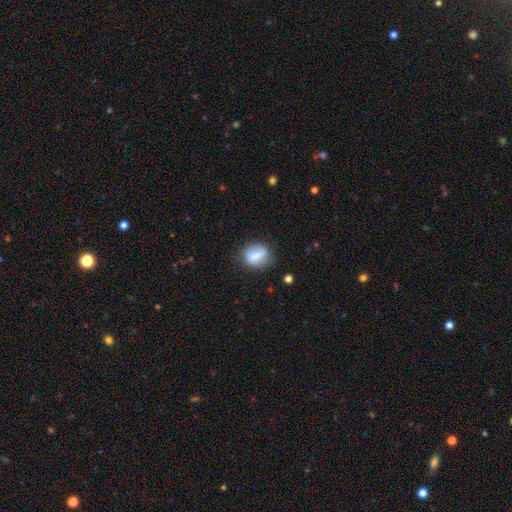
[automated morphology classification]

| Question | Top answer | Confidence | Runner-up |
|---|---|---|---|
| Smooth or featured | smooth | 69% | featured or disk (23%) |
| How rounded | in between | 55% | round (39%) |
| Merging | none | 77% | minor disturbance (16%) |